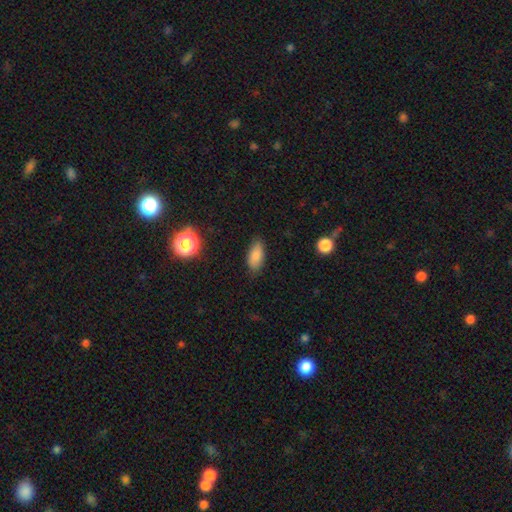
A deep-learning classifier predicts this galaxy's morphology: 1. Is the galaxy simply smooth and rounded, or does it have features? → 83% smooth, 9% star or artifact, 8% featured or disk.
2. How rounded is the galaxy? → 87% in between, 9% cigar-shaped, 4% round.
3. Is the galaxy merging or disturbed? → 82% none, 13% minor disturbance, 3% major disturbance, 1% merger.